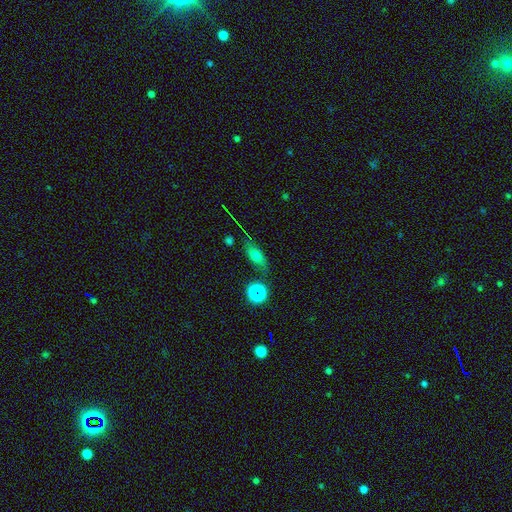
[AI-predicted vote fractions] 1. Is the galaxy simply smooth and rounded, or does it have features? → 59% smooth, 25% featured or disk, 16% star or artifact.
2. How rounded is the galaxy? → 67% in between, 19% cigar-shaped, 14% round.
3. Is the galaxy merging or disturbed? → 70% none, 18% minor disturbance, 7% major disturbance, 5% merger.